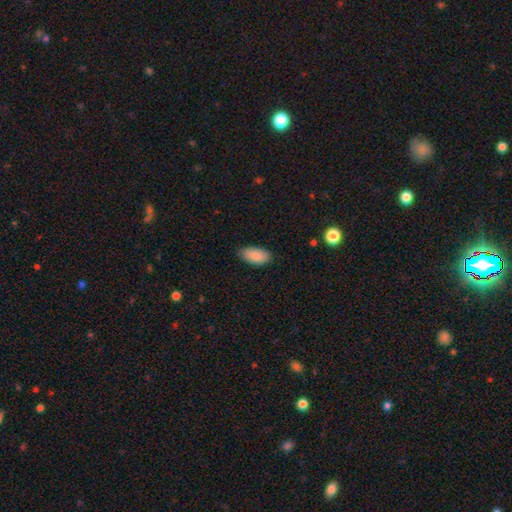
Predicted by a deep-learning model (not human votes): This is clearly a smooth galaxy (89%). How rounded: clearly in between (94%). Merging: likely none (79%).